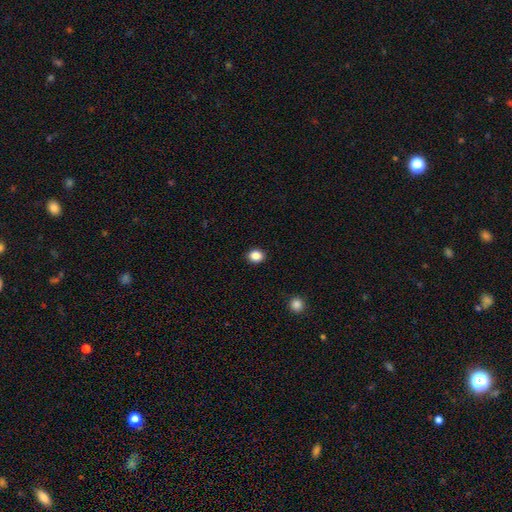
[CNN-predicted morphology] smooth_or_featured: smooth (p=0.87) [alt: star or artifact p=0.10]
how_rounded: round (p=0.56) [alt: in between p=0.43]
merging: none (p=0.91) [alt: minor disturbance p=0.06]